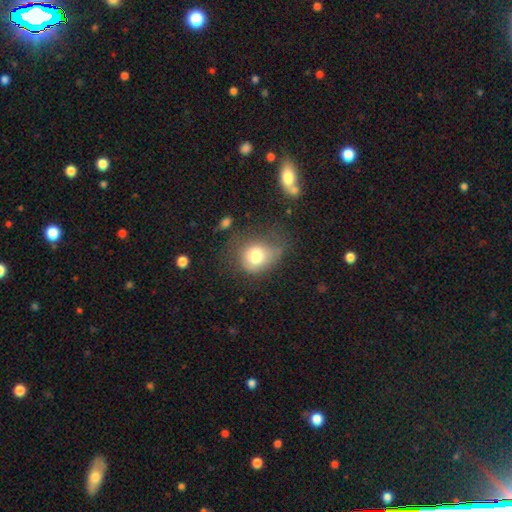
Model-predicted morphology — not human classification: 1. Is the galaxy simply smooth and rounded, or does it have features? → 75% smooth, 15% featured or disk, 11% star or artifact.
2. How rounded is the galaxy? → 68% round, 31% in between, 1% cigar-shaped.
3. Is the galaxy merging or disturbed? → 40% none, 32% minor disturbance, 24% major disturbance, 4% merger.